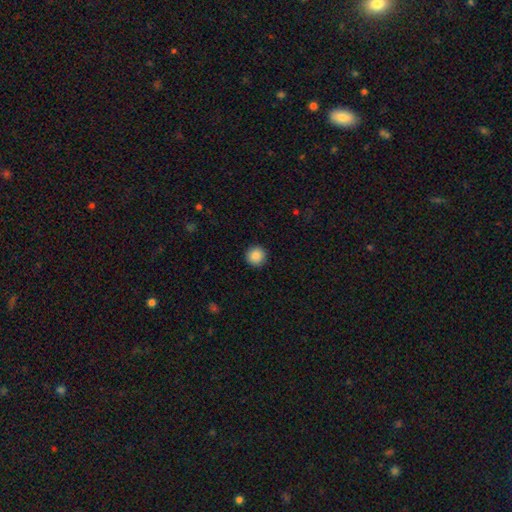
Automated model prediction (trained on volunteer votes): Smooth or featured? Predicted: smooth (p=0.88). How rounded? Predicted: round (p=0.96). Merging? Predicted: none (p=0.92).